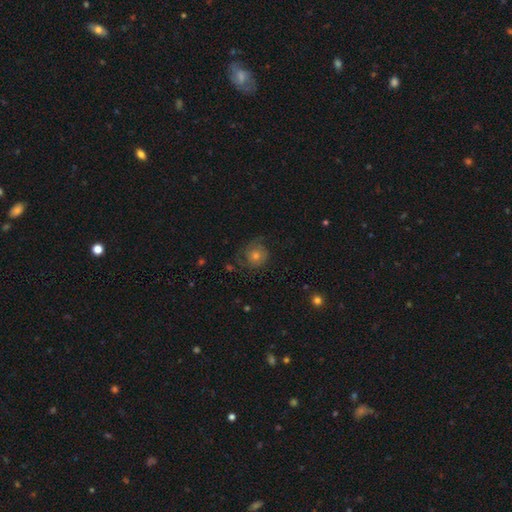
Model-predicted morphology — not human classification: This is marginally a featured or disk galaxy (44%). Merging: likely none (73%).